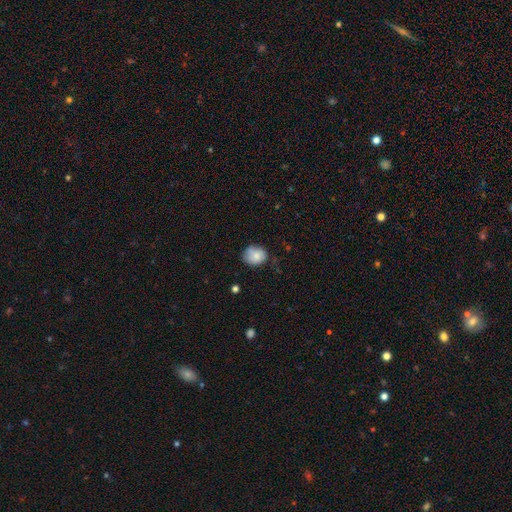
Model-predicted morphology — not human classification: This is likely a smooth galaxy (80%). How rounded: possibly round (53%). Merging: possibly none (58%).